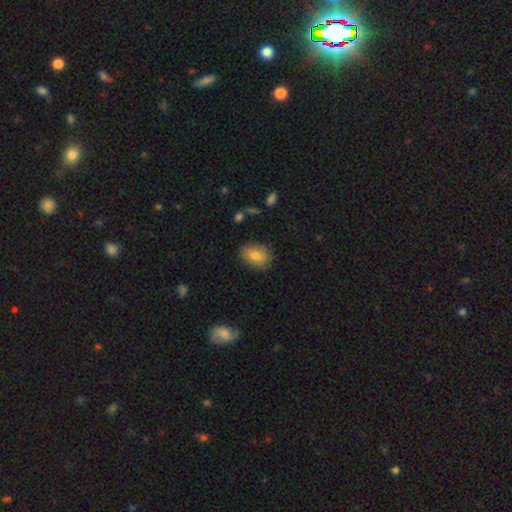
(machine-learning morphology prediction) A smooth galaxy with no disk features (78%) that is in between round and cigar-shaped (77%).

Vote fractions:
- Smooth or featured? smooth: 78% / featured or disk: 15% / star or artifact: 7%
- How rounded? in between: 77% / round: 22% / cigar-shaped: 1%
- Merging? none: 80% / minor disturbance: 15% / major disturbance: 3% / merger: 1%